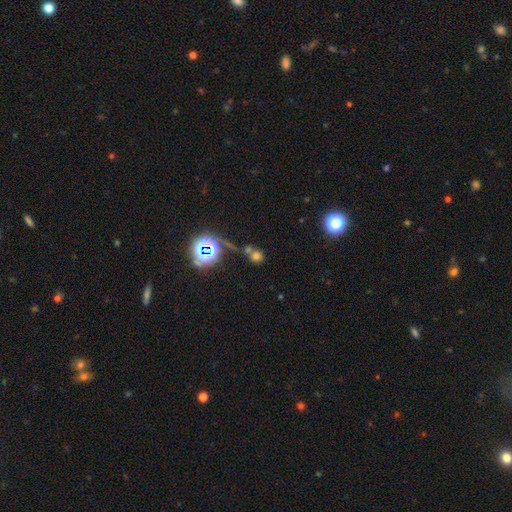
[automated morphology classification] Q: Smooth or featured?
A: smooth (52%); runner-up: star or artifact (38%)
Q: How rounded?
A: round (79%); runner-up: in between (19%)
Q: Merging?
A: none (49%); runner-up: merger (35%)